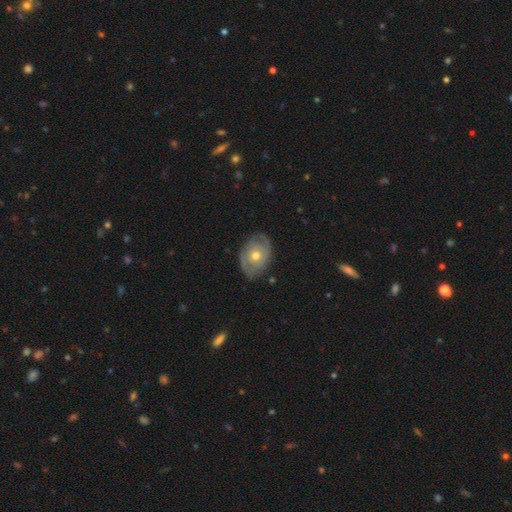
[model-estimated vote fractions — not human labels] Smooth or featured?
  - featured or disk: 71% *
  - smooth: 23%
  - star or artifact: 6%
Edge-on disk?
  - no: 95% *
  - yes: 5%
Bar?
  - no: 83% *
  - weak: 14%
  - strong: 3%
Spiral arms?
  - yes: 76% *
  - no: 24%
Spiral winding?
  - tight: 62% *
  - medium: 28%
  - loose: 10%
Spiral arm count?
  - 2: 51% *
  - can't tell: 30%
  - 3: 8%
  - 1: 5%
  - 4: 3%
  - more than 4: 3%
Bulge size?
  - moderate: 72% *
  - small: 23%
  - large: 3%
  - none: 1%
  - dominant: 1%
Merging?
  - none: 77% *
  - minor disturbance: 18%
  - major disturbance: 5%
  - merger: 1%